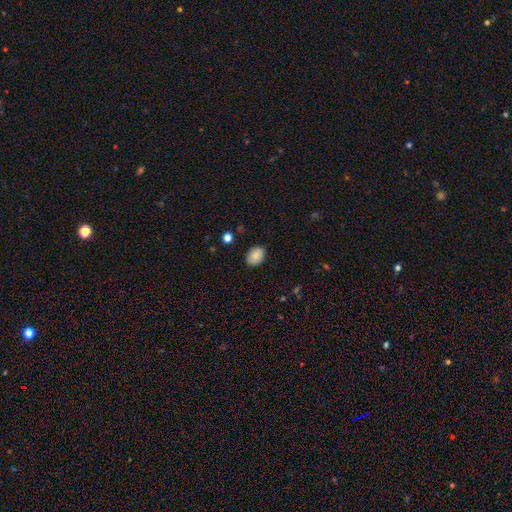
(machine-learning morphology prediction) Smooth or featured? Predicted: smooth (p=0.84). How rounded? Predicted: in between (p=0.75). Merging? Predicted: none (p=0.86).